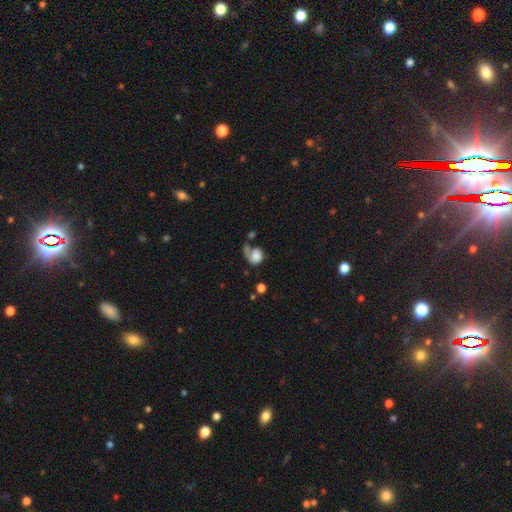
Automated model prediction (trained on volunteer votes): Morphology: type=smooth (58%); roundness=round (58%); merging=major disturbance (38%).